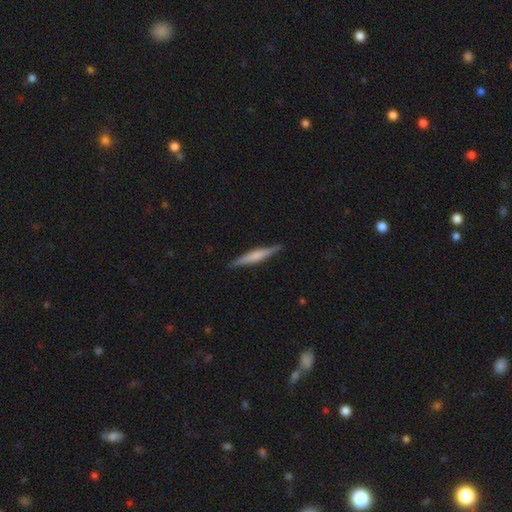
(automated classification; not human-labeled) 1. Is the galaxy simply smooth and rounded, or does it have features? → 56% featured or disk, 38% smooth, 6% star or artifact.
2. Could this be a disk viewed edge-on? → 98% yes, 2% no.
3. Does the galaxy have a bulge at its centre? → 52% rounded, 28% boxy, 20% none.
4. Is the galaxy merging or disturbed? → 90% none, 7% minor disturbance, 1% major disturbance, 1% merger.